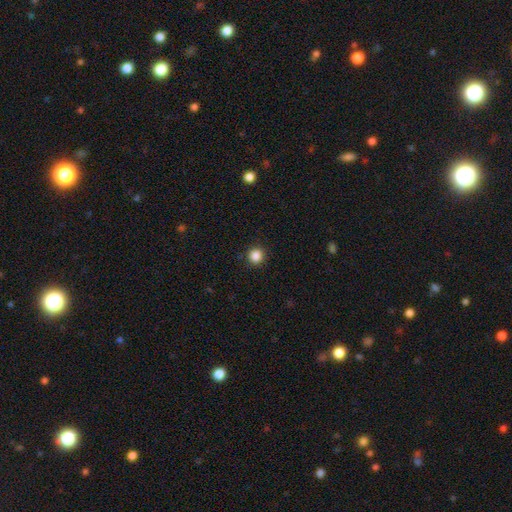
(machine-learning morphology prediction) Smooth or featured: smooth — 85% (star or artifact — 11%)
How rounded: round — 95% (in between — 4%)
Merging: none — 92% (minor disturbance — 5%)